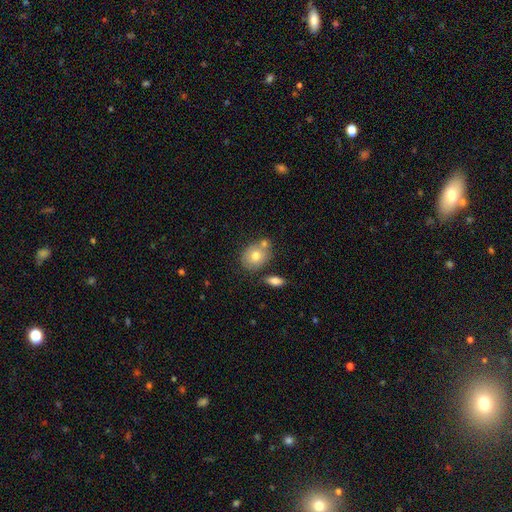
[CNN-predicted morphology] This is likely a smooth galaxy (73%). How rounded: possibly in between (52%). Merging: possibly none (57%).